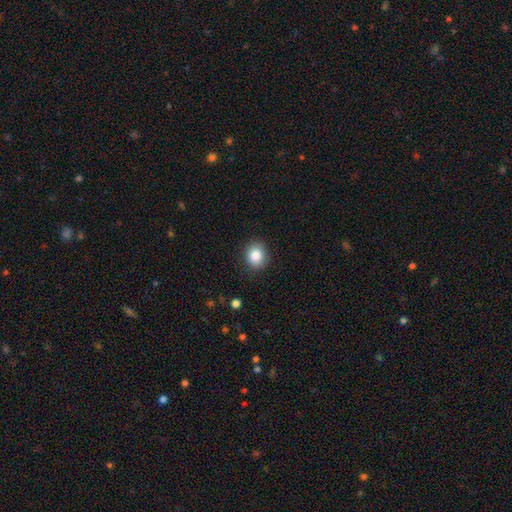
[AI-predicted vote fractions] This is clearly a smooth galaxy (85%). How rounded: likely round (69%). Merging: clearly none (87%).